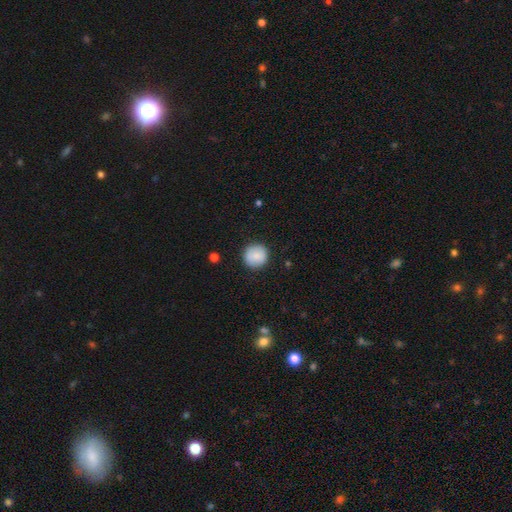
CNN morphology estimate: This appears to be a smooth galaxy with no disk features (86%) that is round (94%). Merging: none (89%).